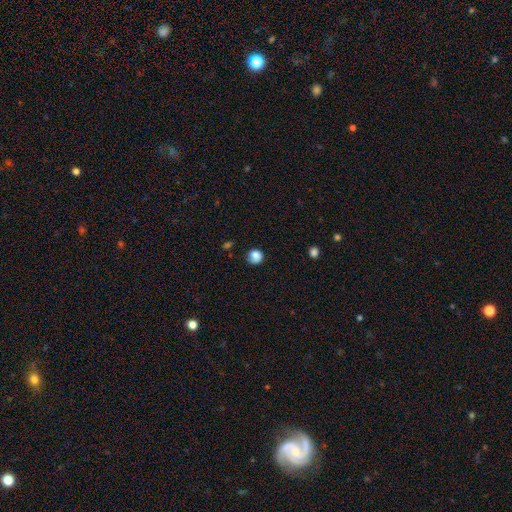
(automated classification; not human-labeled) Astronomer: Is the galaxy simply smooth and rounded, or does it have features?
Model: smooth — 82%.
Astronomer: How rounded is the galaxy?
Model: round — 85%.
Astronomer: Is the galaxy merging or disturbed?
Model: none — 68%.